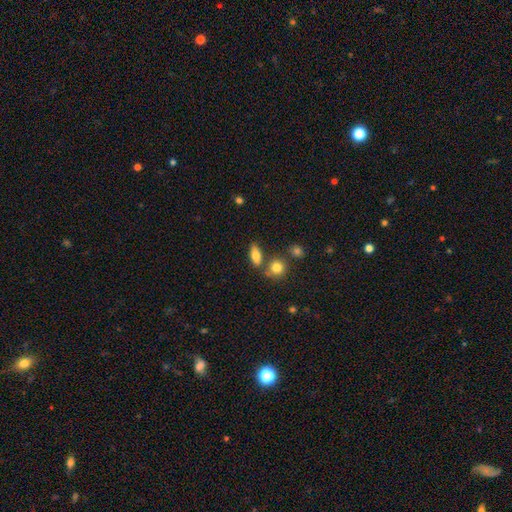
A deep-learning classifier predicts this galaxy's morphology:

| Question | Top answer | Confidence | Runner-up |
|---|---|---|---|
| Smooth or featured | smooth | 77% | featured or disk (14%) |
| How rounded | in between | 74% | cigar-shaped (18%) |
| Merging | none | 68% | merger (15%) |